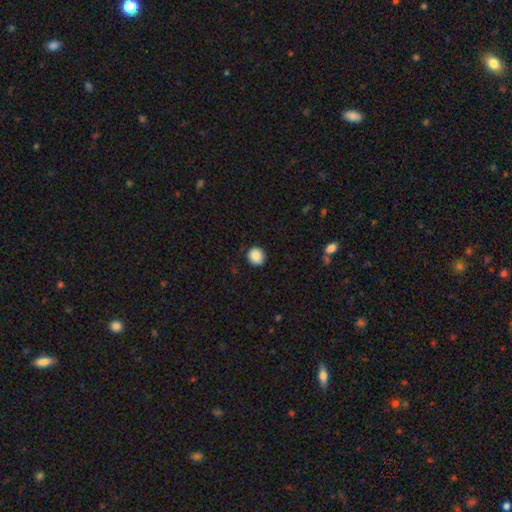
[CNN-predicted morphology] Smooth or featured? smooth (89%)
How rounded? round (85%)
Merging? none (88%)